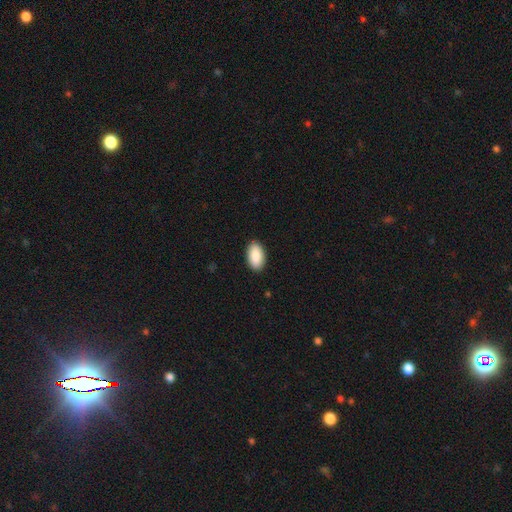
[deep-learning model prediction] Q: Smooth or featured?
A: smooth (88%); runner-up: featured or disk (6%)
Q: How rounded?
A: in between (95%); runner-up: round (3%)
Q: Merging?
A: none (90%); runner-up: minor disturbance (7%)